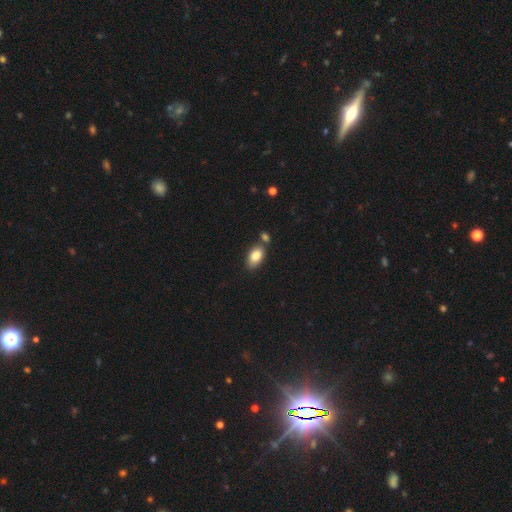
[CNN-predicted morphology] Smooth or featured: smooth — 86% (star or artifact — 7%)
How rounded: in between — 92% (round — 6%)
Merging: none — 62% (merger — 21%)